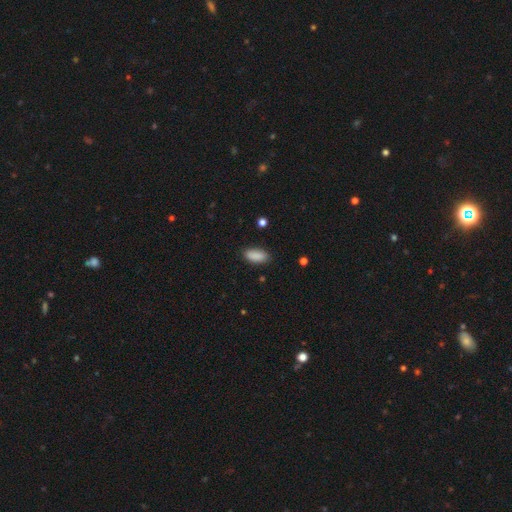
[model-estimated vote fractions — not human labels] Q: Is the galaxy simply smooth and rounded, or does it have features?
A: smooth — 89%.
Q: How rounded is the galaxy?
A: in between — 88%.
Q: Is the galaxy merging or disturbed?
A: none — 86%.